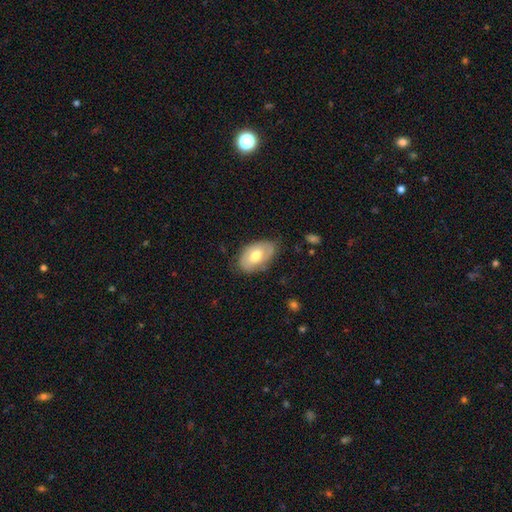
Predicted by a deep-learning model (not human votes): This is possibly a smooth galaxy (51%). How rounded: clearly in between (92%). Merging: likely none (71%).